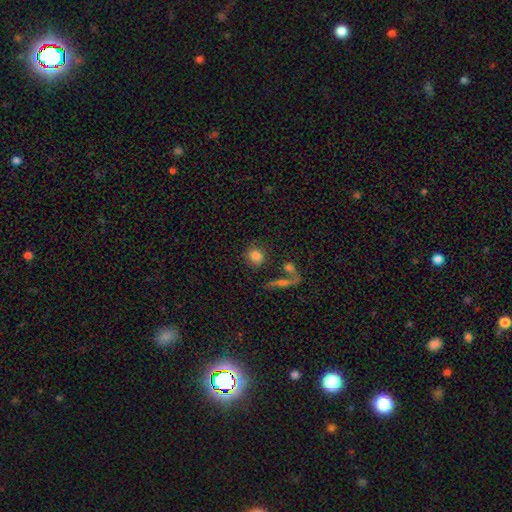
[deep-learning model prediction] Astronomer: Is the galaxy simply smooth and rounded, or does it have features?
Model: smooth — 80%.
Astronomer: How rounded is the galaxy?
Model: round — 81%.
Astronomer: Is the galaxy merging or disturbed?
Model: none — 71%.